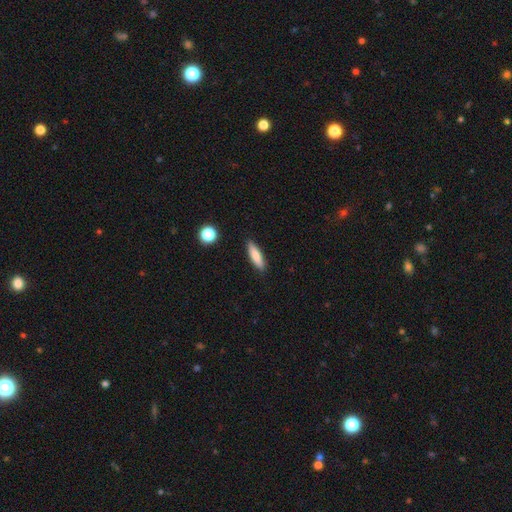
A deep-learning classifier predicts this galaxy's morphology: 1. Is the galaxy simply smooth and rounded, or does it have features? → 80% smooth, 14% featured or disk, 7% star or artifact.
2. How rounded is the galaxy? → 69% cigar-shaped, 29% in between, 2% round.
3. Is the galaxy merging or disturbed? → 88% none, 8% minor disturbance, 2% major disturbance, 2% merger.